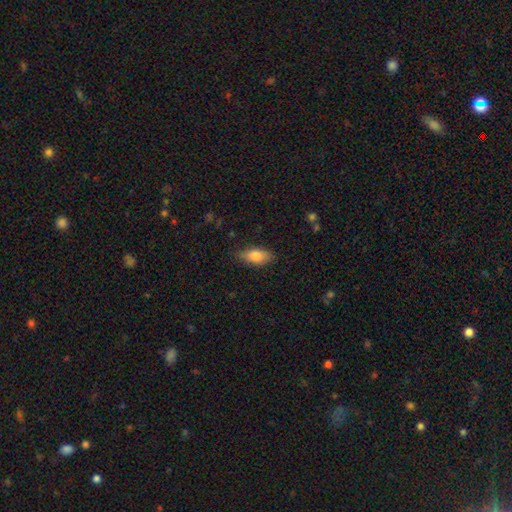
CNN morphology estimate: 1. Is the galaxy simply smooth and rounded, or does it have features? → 83% smooth, 10% featured or disk, 7% star or artifact.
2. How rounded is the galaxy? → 86% in between, 11% cigar-shaped, 3% round.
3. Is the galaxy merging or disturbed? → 81% none, 15% minor disturbance, 3% major disturbance, 1% merger.